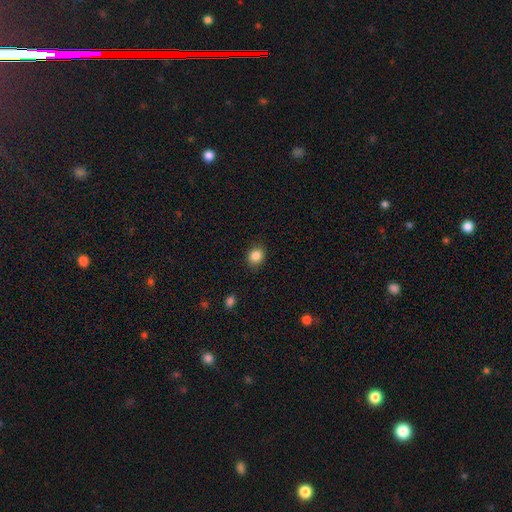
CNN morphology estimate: A smooth galaxy with no disk features (85%) that is round (68%). Merging: none (88%).